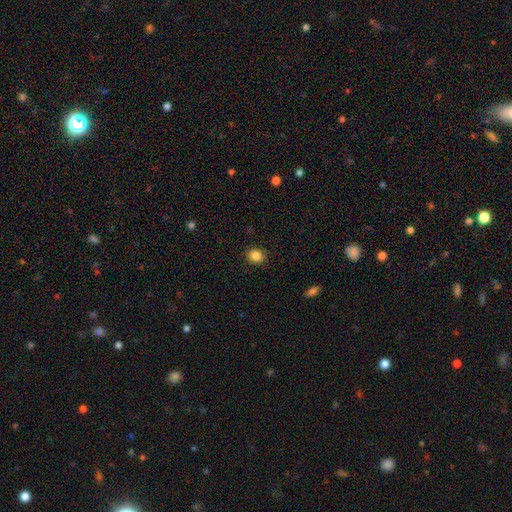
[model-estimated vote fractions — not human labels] The model was most divided on "how rounded": round: 69%, in between: 30%, cigar-shaped: 1%. More confident: merging — none (89%); smooth or featured — smooth (86%).